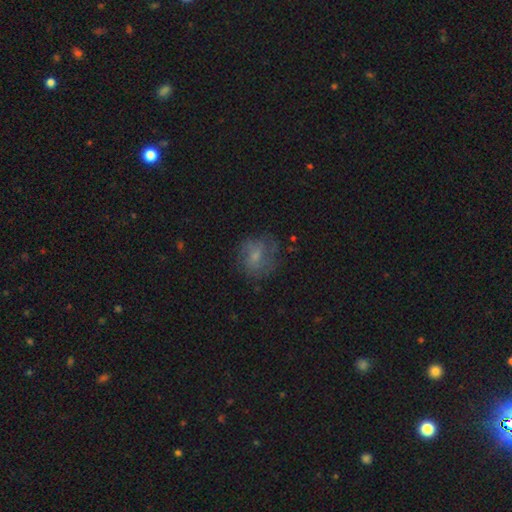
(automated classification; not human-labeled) smooth 54%, featured or disk 34%, star or artifact 11%. Down the decision tree: how rounded — round (71%); merging — none (64%).